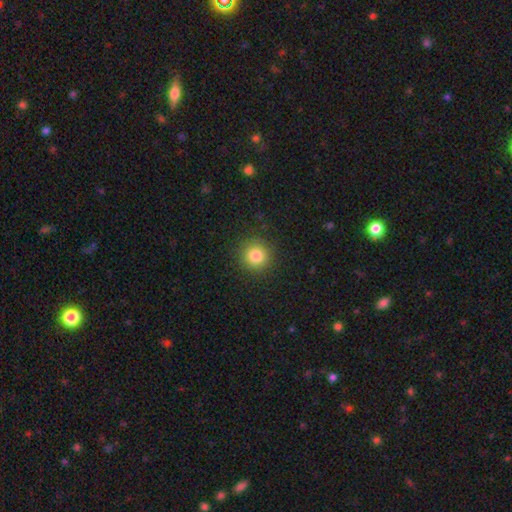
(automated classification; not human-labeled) Smooth or featured?
  - smooth: 83% *
  - star or artifact: 12%
  - featured or disk: 6%
How rounded?
  - round: 94% *
  - in between: 5%
  - cigar-shaped: 1%
Merging?
  - none: 90% *
  - minor disturbance: 6%
  - major disturbance: 2%
  - merger: 1%